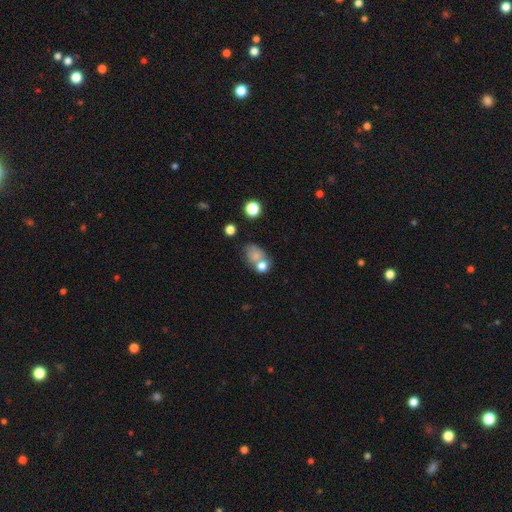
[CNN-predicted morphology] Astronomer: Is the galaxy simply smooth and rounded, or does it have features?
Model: smooth — 71%.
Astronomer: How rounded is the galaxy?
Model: in between — 60% (runner-up: round, 38%).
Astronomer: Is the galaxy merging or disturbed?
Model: none — 38% (runner-up: merger, 35%).